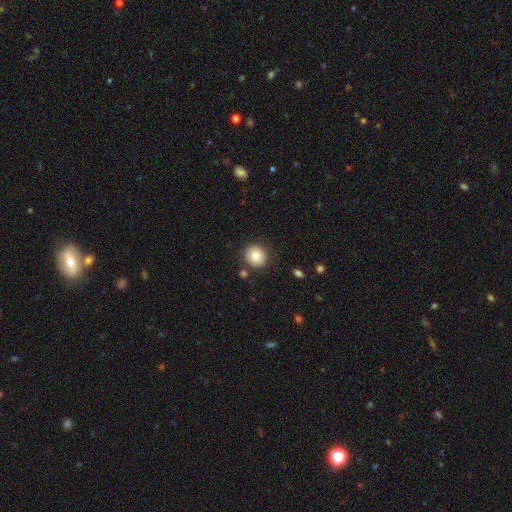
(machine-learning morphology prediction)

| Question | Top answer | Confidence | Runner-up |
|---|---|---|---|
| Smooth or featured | smooth | 81% | star or artifact (9%) |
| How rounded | round | 91% | in between (9%) |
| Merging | none | 85% | minor disturbance (9%) |